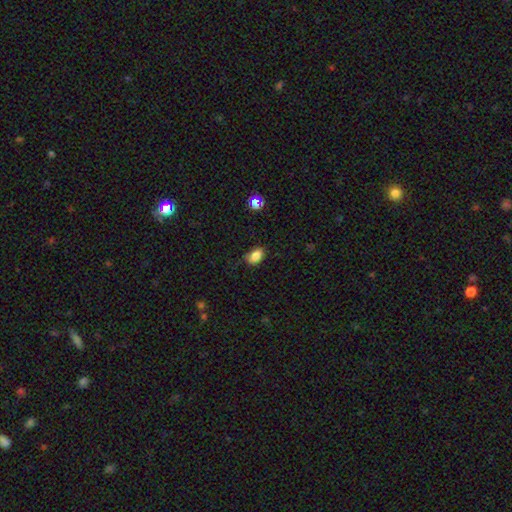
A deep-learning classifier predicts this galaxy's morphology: Smooth or featured? Predicted: smooth (p=0.84). How rounded? Predicted: in between (p=0.85). Merging? Predicted: none (p=0.71).